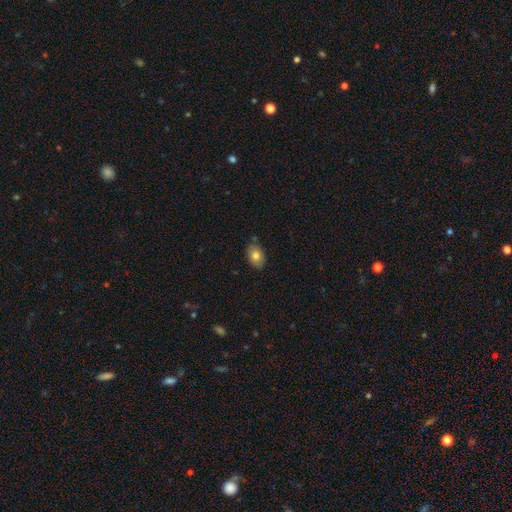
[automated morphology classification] Smooth or featured? Predicted: smooth (p=0.79). How rounded? Predicted: in between (p=0.82). Merging? Predicted: none (p=0.80).